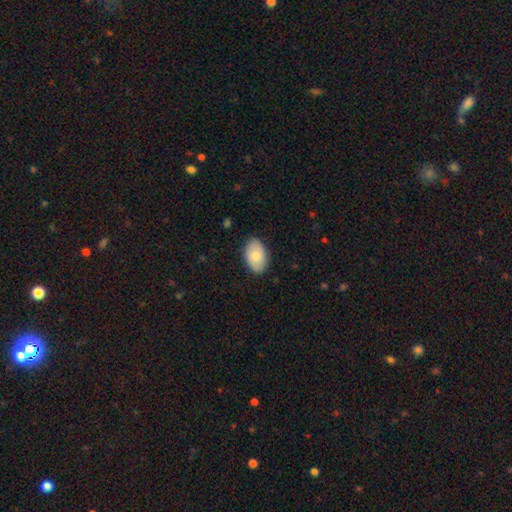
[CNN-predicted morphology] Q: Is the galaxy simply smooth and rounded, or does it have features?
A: smooth — 78%.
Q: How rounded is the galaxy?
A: in between — 91%.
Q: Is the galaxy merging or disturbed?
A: none — 86%.